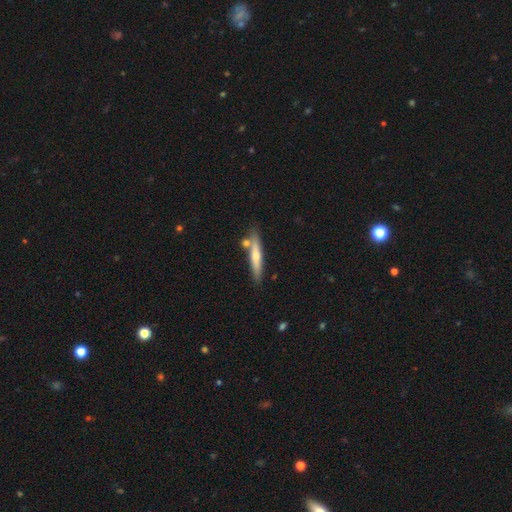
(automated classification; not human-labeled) Smooth or featured?
  - smooth: 52% *
  - featured or disk: 42%
  - star or artifact: 6%
How rounded?
  - cigar-shaped: 90% *
  - in between: 8%
  - round: 2%
Merging?
  - none: 75% *
  - minor disturbance: 12%
  - merger: 10%
  - major disturbance: 3%